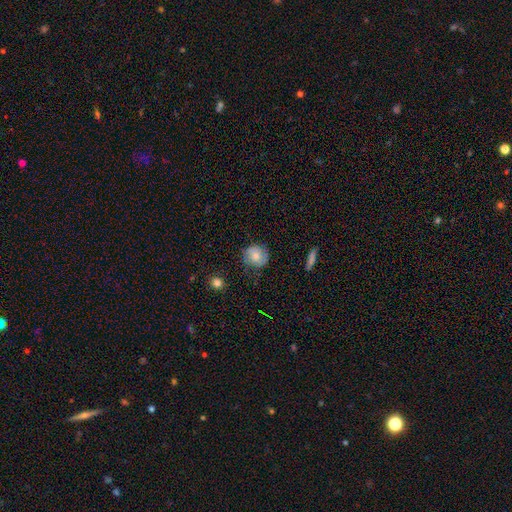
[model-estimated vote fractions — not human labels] The model was most divided on "smooth or featured": smooth: 59%, featured or disk: 33%, star or artifact: 8%. More confident: how rounded — round (85%); merging — none (75%).